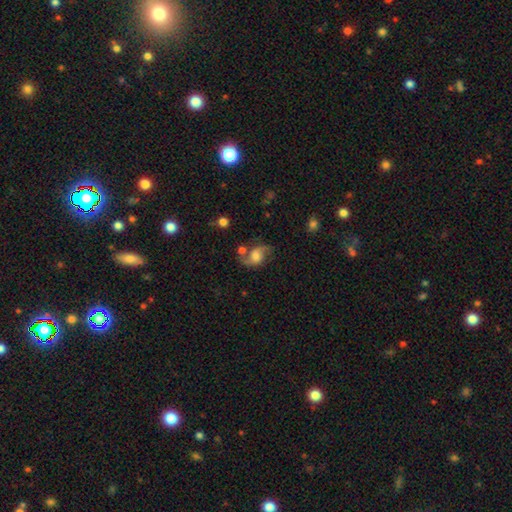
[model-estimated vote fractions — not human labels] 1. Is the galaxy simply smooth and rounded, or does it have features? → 72% featured or disk, 20% smooth, 9% star or artifact.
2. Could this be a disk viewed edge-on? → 97% no, 3% yes.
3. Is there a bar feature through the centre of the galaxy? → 64% no, 31% weak, 6% strong.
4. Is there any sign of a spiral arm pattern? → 93% yes, 7% no.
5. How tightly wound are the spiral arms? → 60% loose, 33% medium, 7% tight.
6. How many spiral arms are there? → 90% 2, 4% 1, 3% can't tell, 1% 3, 1% 4, 1% more than 4.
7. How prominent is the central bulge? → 44% moderate, 28% large, 17% small, 8% none, 4% dominant.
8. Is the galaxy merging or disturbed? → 58% none, 19% minor disturbance, 13% merger, 10% major disturbance.